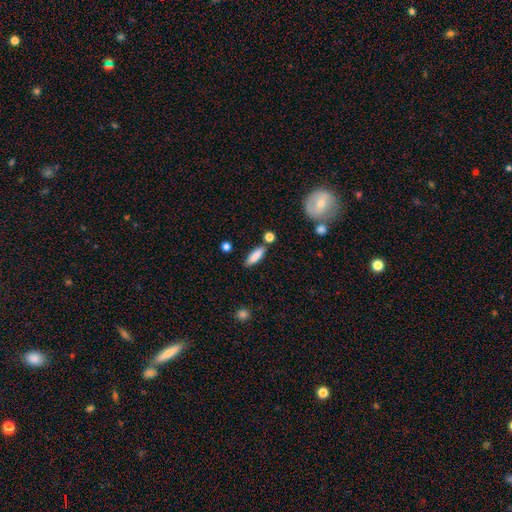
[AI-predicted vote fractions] Morphology: type=smooth (85%); roundness=cigar-shaped (53%); merging=none (77%).